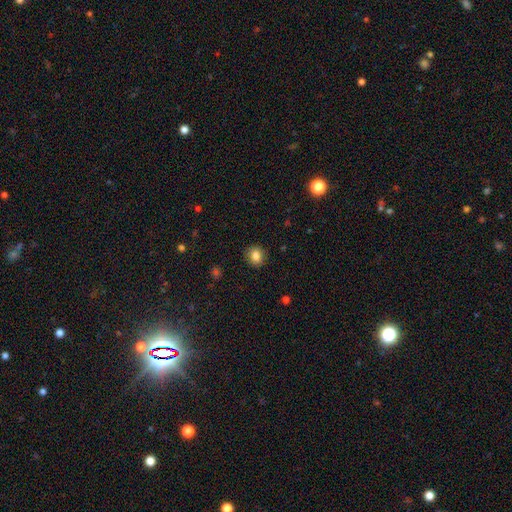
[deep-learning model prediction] Overall: smooth (84%). How rounded: round (81%). Merging: none (90%).